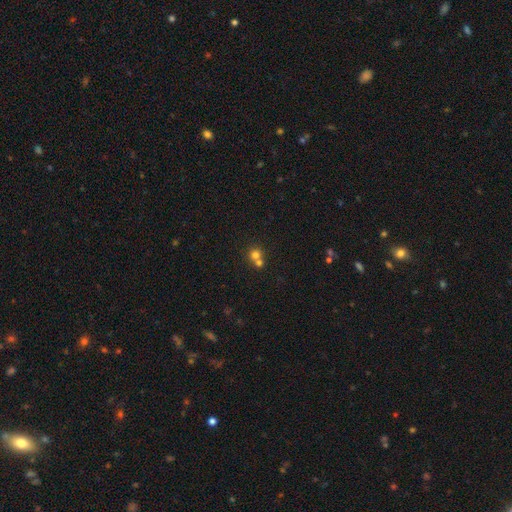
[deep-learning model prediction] This appears to be a smooth galaxy with no disk features (73%) that is round (87%). Merging: merger (51%).